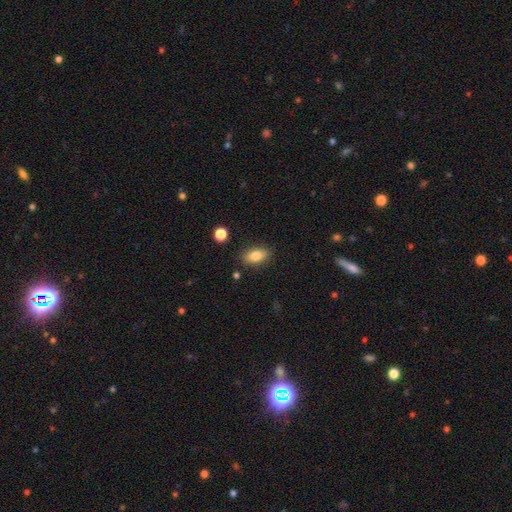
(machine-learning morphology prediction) smooth_or_featured: smooth (p=0.83) [alt: featured or disk p=0.09]
how_rounded: in between (p=0.88) [alt: round p=0.07]
merging: none (p=0.84) [alt: minor disturbance p=0.11]